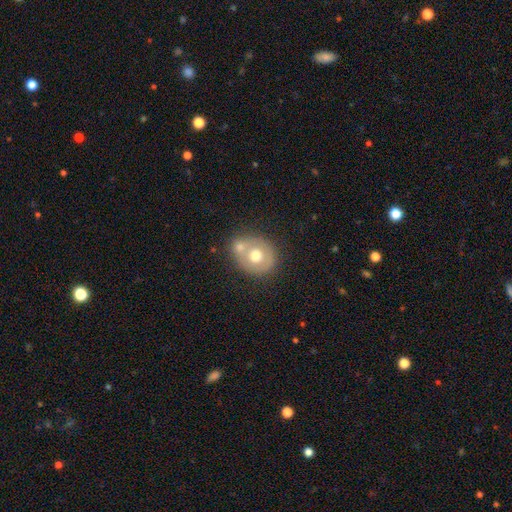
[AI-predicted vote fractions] Overall: smooth (56%; featured or disk 36%). How rounded: round (76%). Merging: none (43%; merger 41%).